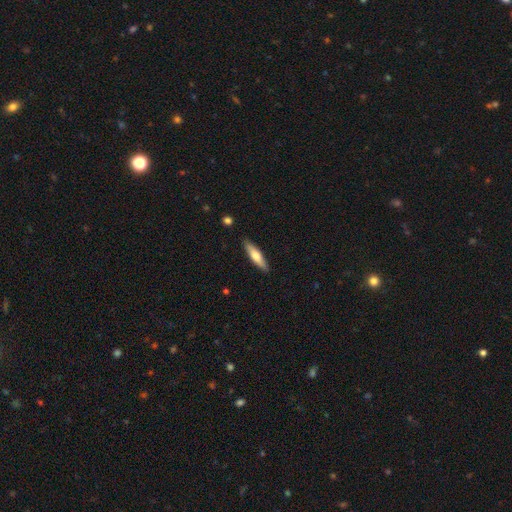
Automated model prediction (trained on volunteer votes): A smooth galaxy with no disk features (56%) that is cigar-shaped (78%). Merging: none (89%).